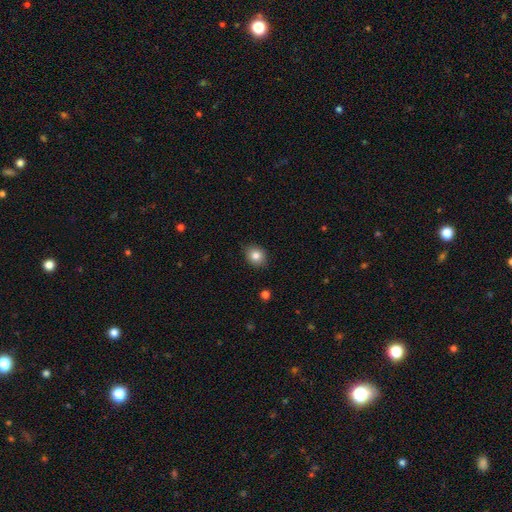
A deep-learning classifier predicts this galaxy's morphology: The model was most divided on "how rounded": round: 62%, in between: 37%, cigar-shaped: 1%. More confident: merging — none (85%); smooth or featured — smooth (83%).